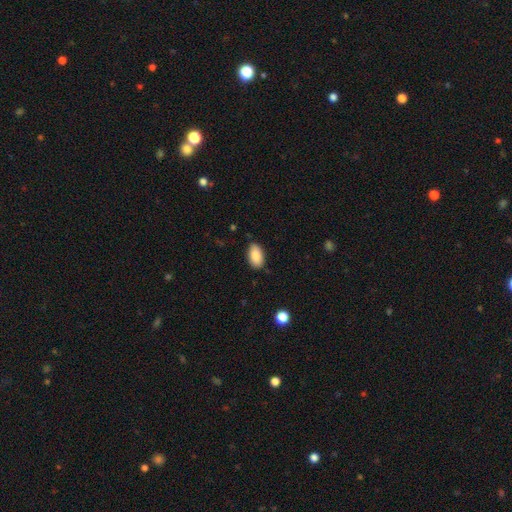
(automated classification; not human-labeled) A smooth galaxy with no disk features (87%) that is in between round and cigar-shaped (94%). Merging: none (86%).